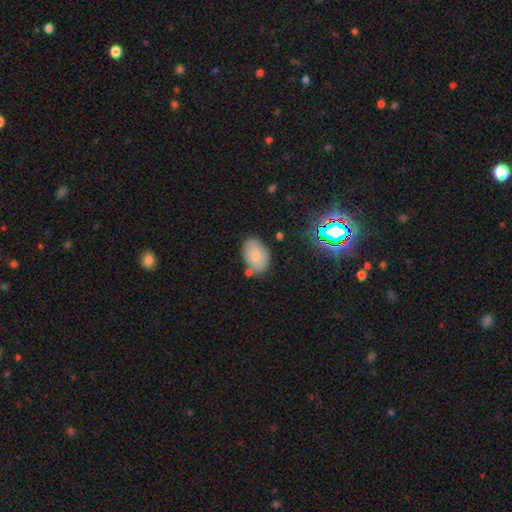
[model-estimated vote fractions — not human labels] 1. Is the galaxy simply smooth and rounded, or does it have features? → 73% smooth, 17% featured or disk, 10% star or artifact.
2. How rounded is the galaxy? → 85% in between, 14% round, 1% cigar-shaped.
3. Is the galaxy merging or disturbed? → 67% none, 19% minor disturbance, 9% merger, 4% major disturbance.